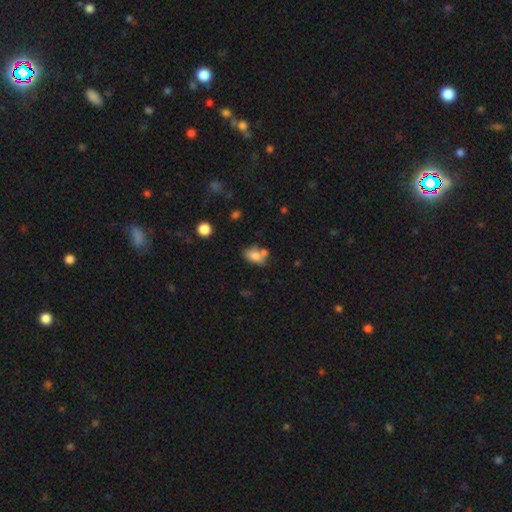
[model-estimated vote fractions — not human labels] This is likely a smooth galaxy (76%). How rounded: clearly in between (83%). Merging: possibly none (49%).